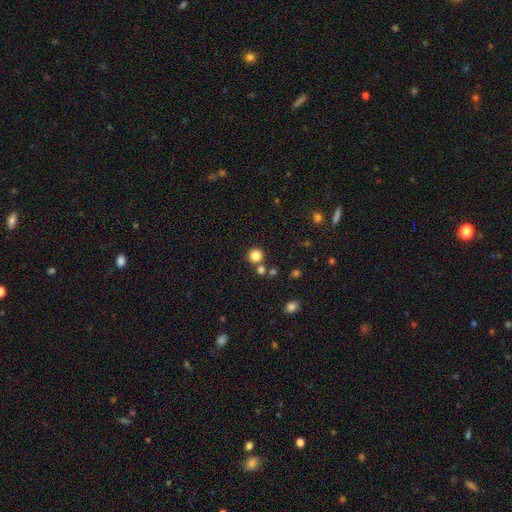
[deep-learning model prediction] The model was most divided on "merging": none: 79%, merger: 12%, minor disturbance: 7%, major disturbance: 3%. More confident: how rounded — round (94%); smooth or featured — smooth (83%).